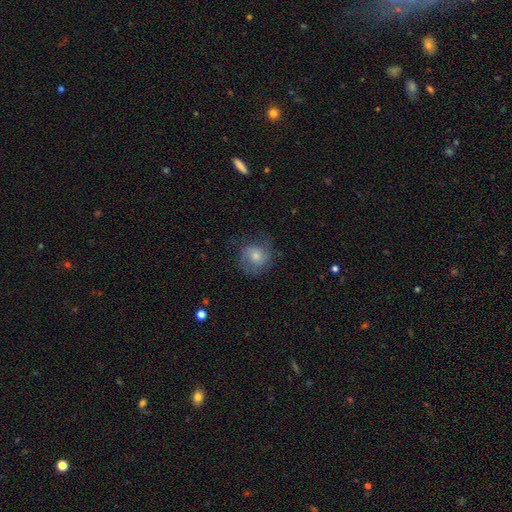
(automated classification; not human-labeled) Smooth or featured? smooth (49%)
Merging? none (67%)